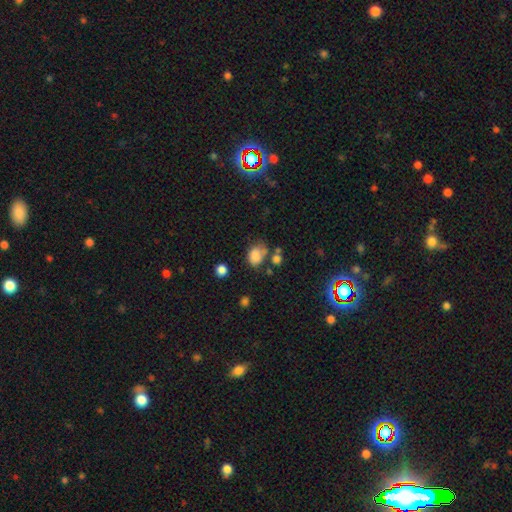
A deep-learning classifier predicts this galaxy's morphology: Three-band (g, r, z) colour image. It shows a smooth galaxy with no disk features (80%) that is in between round and cigar-shaped (66%). Merging: none (45%).